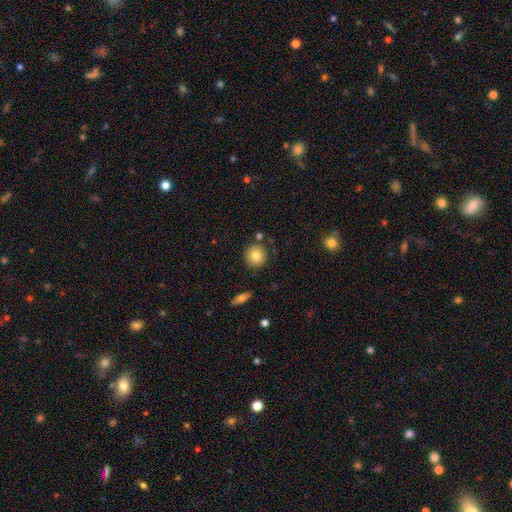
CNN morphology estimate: Smooth or featured?
  - smooth: 80% *
  - featured or disk: 11%
  - star or artifact: 9%
How rounded?
  - round: 92% *
  - in between: 7%
  - cigar-shaped: 1%
Merging?
  - none: 84% *
  - minor disturbance: 8%
  - merger: 5%
  - major disturbance: 2%